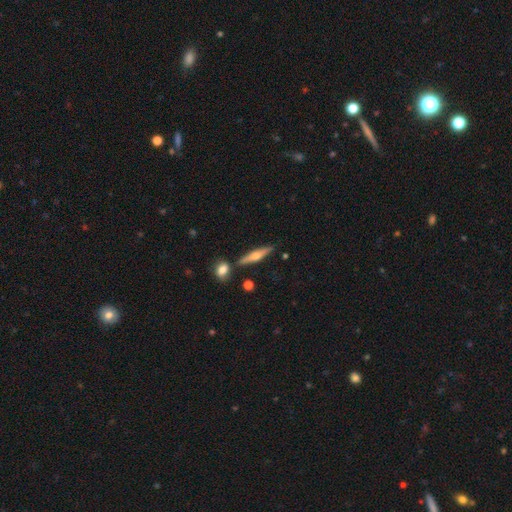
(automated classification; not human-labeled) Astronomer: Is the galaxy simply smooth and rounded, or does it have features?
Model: featured or disk — 55% (runner-up: smooth, 39%).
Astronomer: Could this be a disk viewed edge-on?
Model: yes — 95%.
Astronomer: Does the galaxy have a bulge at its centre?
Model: rounded — 91%.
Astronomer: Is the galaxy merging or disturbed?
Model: none — 79%.